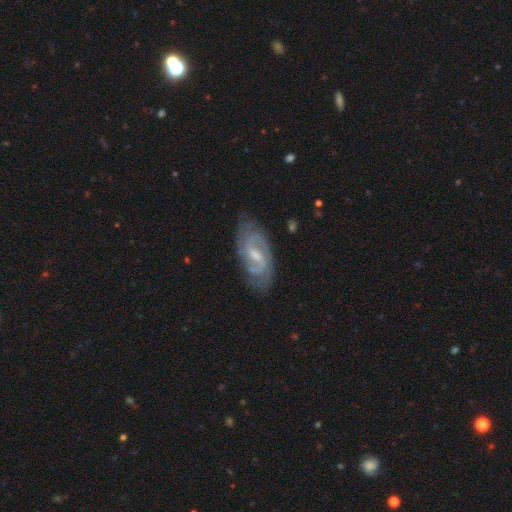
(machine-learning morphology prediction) Smooth or featured: featured or disk — 86% (smooth — 9%)
Edge-on disk: no — 95% (yes — 5%)
Bar: weak — 61% (no — 20%)
Spiral arms: yes — 96% (no — 4%)
Spiral winding: medium — 49% (tight — 35%)
Spiral arm count: 2 — 83% (can't tell — 8%)
Bulge size: small — 45% (moderate — 41%)
Merging: none — 77% (minor disturbance — 16%)